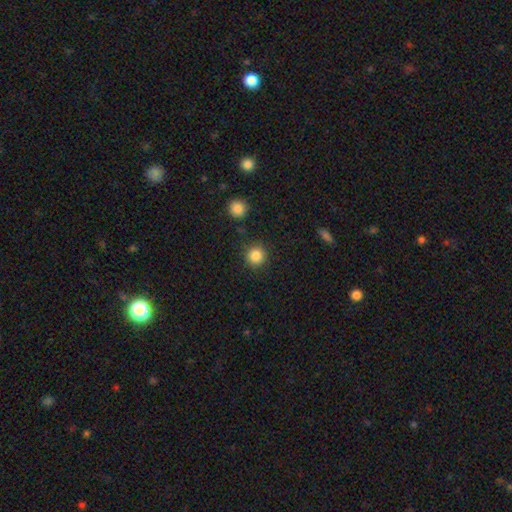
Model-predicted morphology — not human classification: Smooth or featured: smooth — 86% (star or artifact — 10%)
How rounded: round — 94% (in between — 5%)
Merging: none — 88% (minor disturbance — 7%)